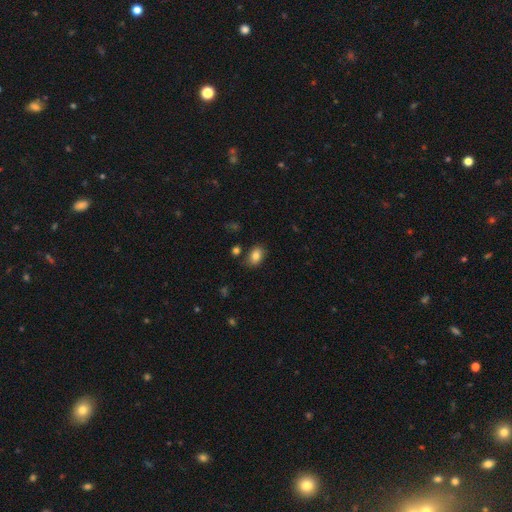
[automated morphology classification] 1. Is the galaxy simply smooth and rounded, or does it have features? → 83% smooth, 9% star or artifact, 8% featured or disk.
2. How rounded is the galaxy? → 83% in between, 16% round, 1% cigar-shaped.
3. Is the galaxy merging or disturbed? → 80% none, 13% minor disturbance, 3% merger, 3% major disturbance.